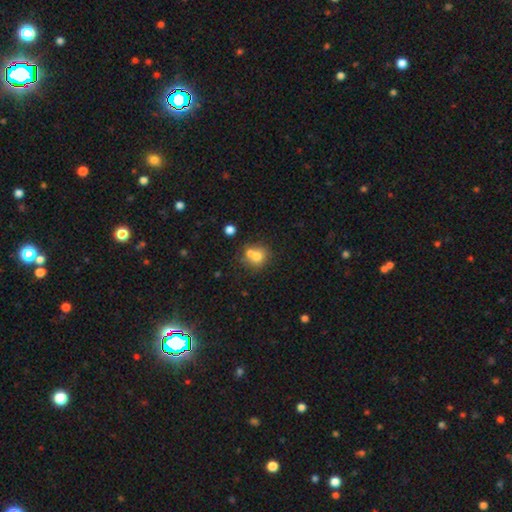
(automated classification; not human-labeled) Smooth or featured: smooth — 72% (featured or disk — 16%)
How rounded: round — 79% (in between — 20%)
Merging: none — 45% (merger — 41%)